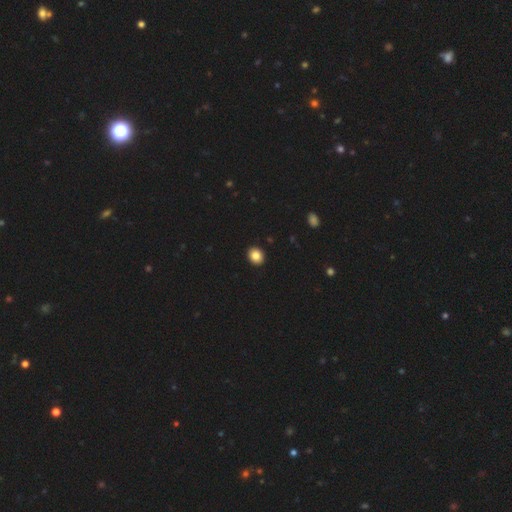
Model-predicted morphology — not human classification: This appears to be a smooth galaxy with no disk features (85%) that is round (69%). Merging: none (93%).